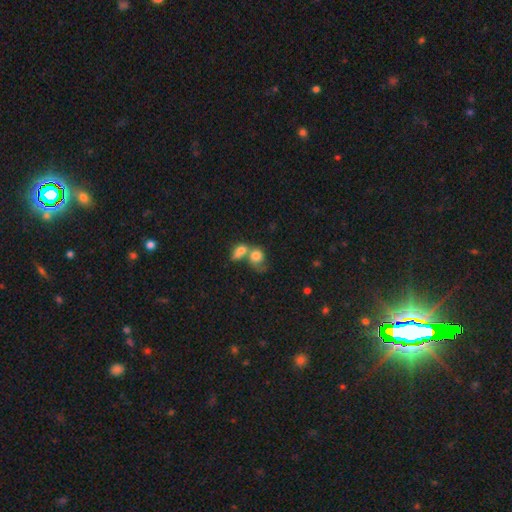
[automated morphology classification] smooth-or-featured: smooth: 74% | featured or disk: 16% | star or artifact: 9%
  how-rounded: round: 61% | in between: 38% | cigar-shaped: 1%
  merging: merger: 64% | none: 19% | minor disturbance: 8% | major disturbance: 8%